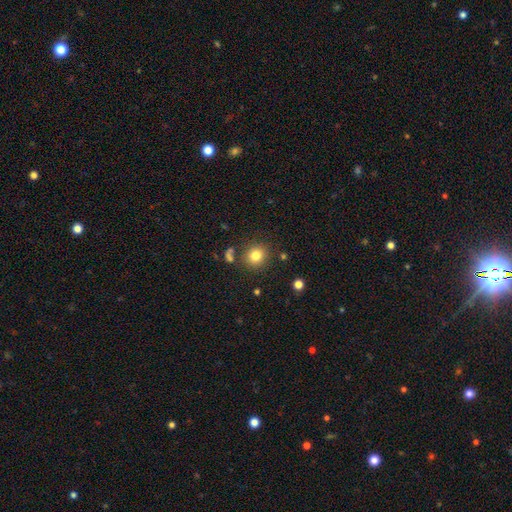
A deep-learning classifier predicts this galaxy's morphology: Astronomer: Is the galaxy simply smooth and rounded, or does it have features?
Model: smooth — 80%.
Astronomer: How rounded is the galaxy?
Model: round — 85%.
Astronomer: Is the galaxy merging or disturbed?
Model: none — 82%.